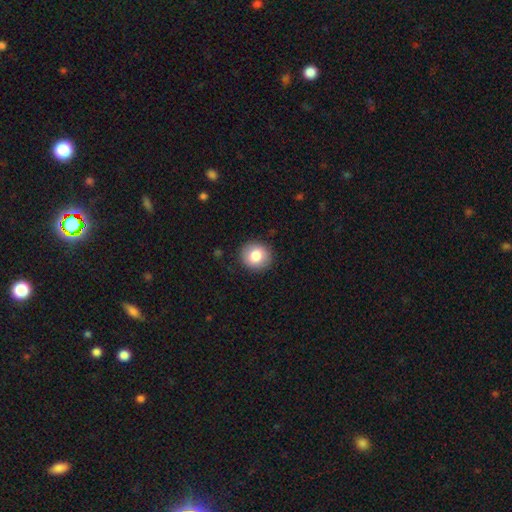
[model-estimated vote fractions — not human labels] Q: Smooth or featured?
A: smooth (83%); runner-up: featured or disk (9%)
Q: How rounded?
A: round (88%); runner-up: in between (11%)
Q: Merging?
A: none (89%); runner-up: minor disturbance (8%)